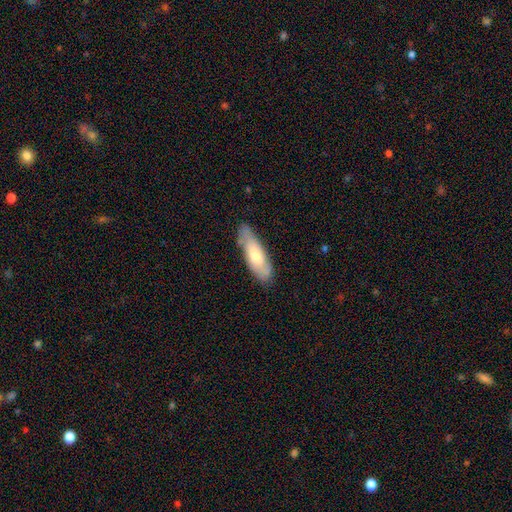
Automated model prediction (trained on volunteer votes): This is possibly a smooth galaxy (59%). How rounded: possibly in between (56%). Merging: likely none (72%).